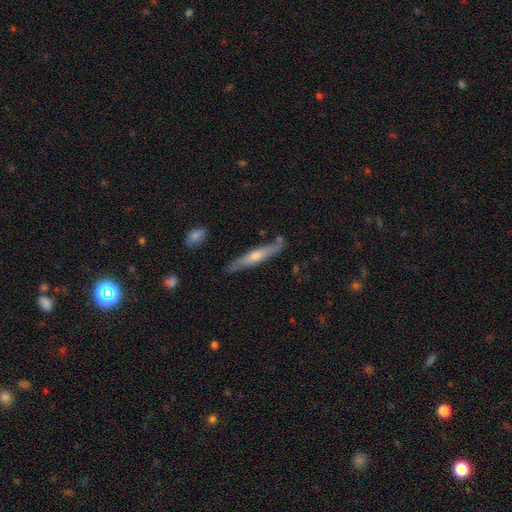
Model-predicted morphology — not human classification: smooth_or_featured: featured or disk (p=0.55) [alt: smooth p=0.39]
disk_edge_on: yes (p=0.89) [alt: no p=0.11]
merging: none (p=0.82) [alt: minor disturbance p=0.13]